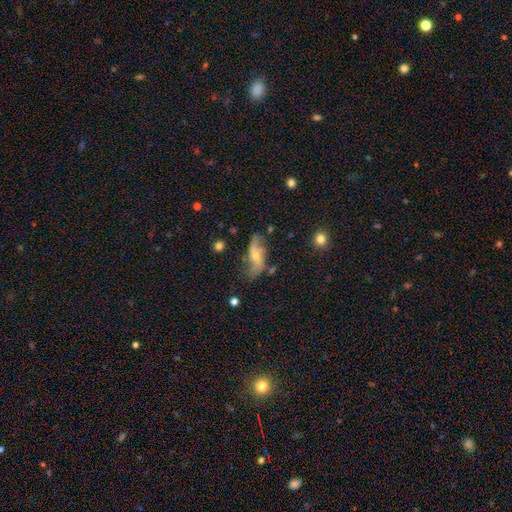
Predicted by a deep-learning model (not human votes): Q: Smooth or featured?
A: featured or disk (70%); runner-up: smooth (23%)
Q: Edge-on disk?
A: no (90%); runner-up: yes (10%)
Q: Bar?
A: no (57%); runner-up: weak (32%)
Q: Spiral arms?
A: yes (87%); runner-up: no (13%)
Q: Spiral winding?
A: loose (79%); runner-up: medium (16%)
Q: Spiral arm count?
A: 2 (85%); runner-up: can't tell (7%)
Q: Bulge size?
A: small (55%); runner-up: moderate (37%)
Q: Merging?
A: none (56%); runner-up: minor disturbance (25%)